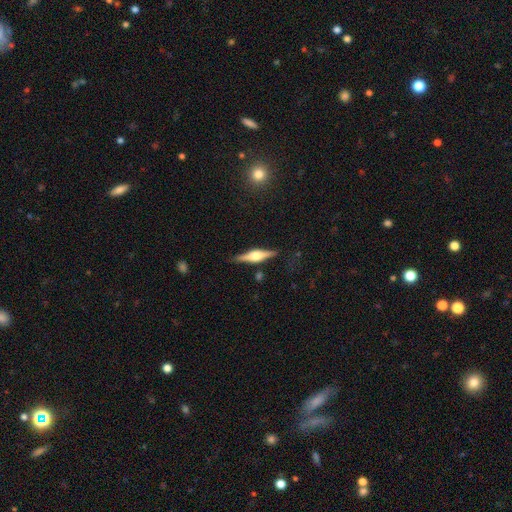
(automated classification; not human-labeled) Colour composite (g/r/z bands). It shows a featured or disk galaxy (75%) viewed edge-on (97%) with a rounded central bulge (91%). Merging: none (86%).